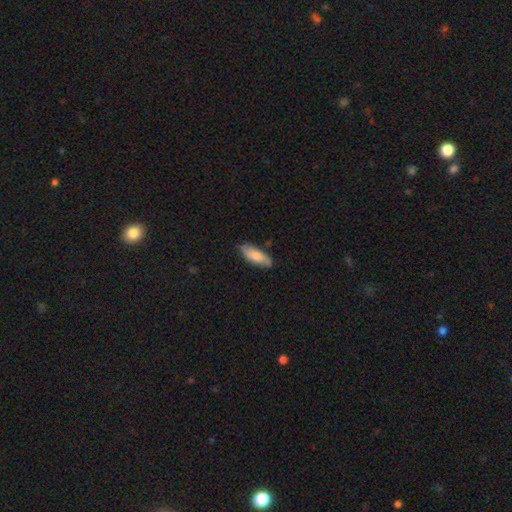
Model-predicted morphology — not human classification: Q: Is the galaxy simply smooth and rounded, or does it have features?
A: smooth — 78%.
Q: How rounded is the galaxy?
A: in between — 69%.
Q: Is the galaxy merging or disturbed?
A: none — 80%.